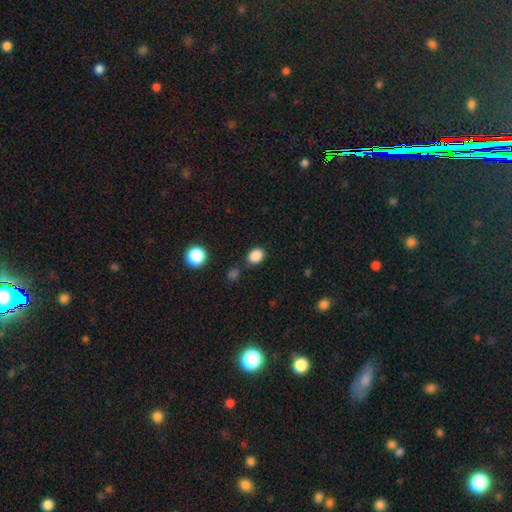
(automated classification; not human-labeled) This appears to be a smooth galaxy with no disk features (86%) that is in between round and cigar-shaped (60%). Merging: none (77%).